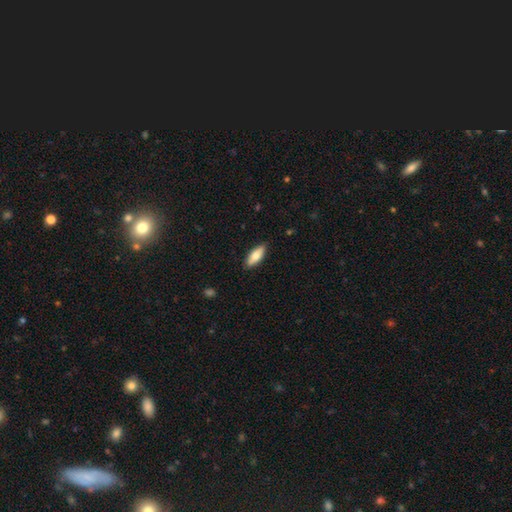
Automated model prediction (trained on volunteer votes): Smooth or featured: smooth — 75% (featured or disk — 20%)
How rounded: in between — 70% (cigar-shaped — 28%)
Merging: none — 87% (minor disturbance — 10%)